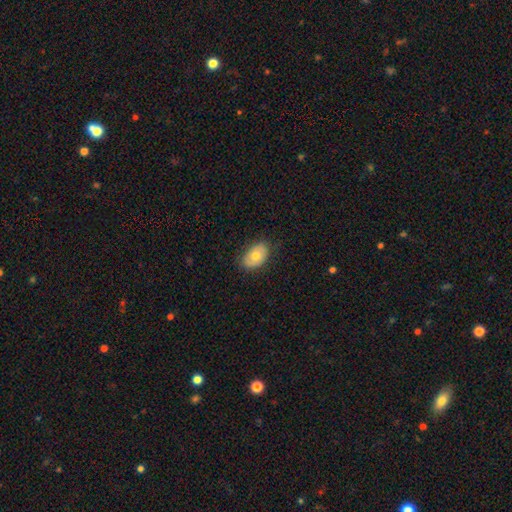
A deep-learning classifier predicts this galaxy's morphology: Overall: smooth (68%). How rounded: in between (87%). Merging: none (78%).